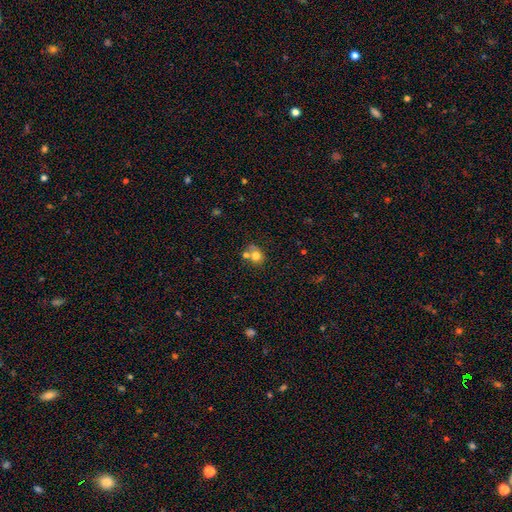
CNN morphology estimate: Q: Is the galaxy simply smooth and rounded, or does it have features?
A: smooth — 74%.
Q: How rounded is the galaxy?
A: round — 71%.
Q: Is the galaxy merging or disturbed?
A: none — 44%.